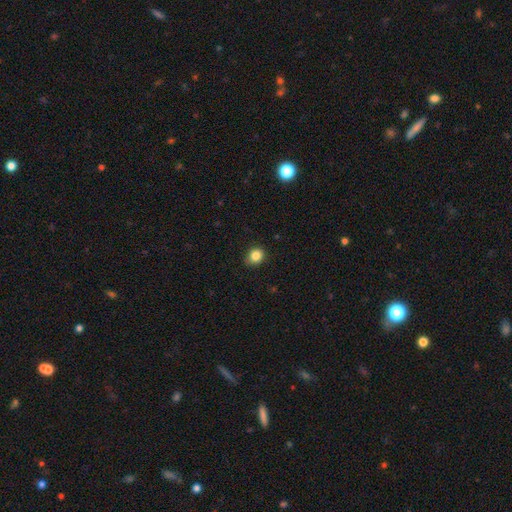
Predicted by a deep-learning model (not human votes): smooth 85%, star or artifact 10%, featured or disk 4%. Down the decision tree: how rounded — round (74%); merging — none (83%).